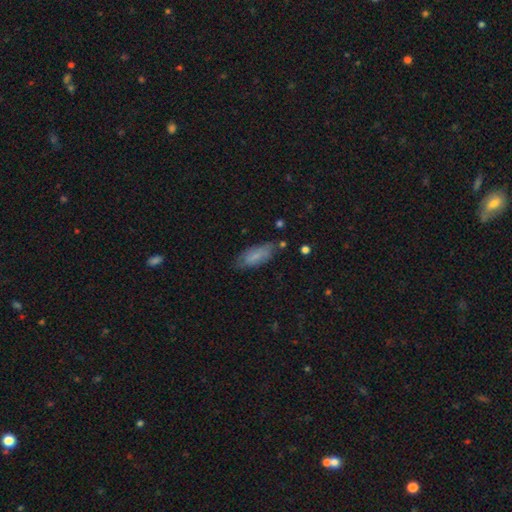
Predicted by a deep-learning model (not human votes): This is likely a smooth galaxy (75%). How rounded: likely in between (74%). Merging: likely none (69%).